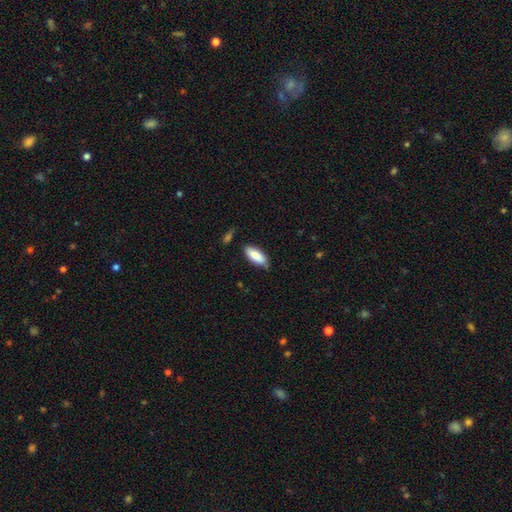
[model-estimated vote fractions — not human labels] A smooth galaxy with no disk features (87%) that is in between round and cigar-shaped (82%).

Vote fractions:
- Smooth or featured? smooth: 87% / featured or disk: 8% / star or artifact: 6%
- How rounded? in between: 82% / cigar-shaped: 17% / round: 2%
- Merging? none: 74% / minor disturbance: 20% / major disturbance: 4% / merger: 2%